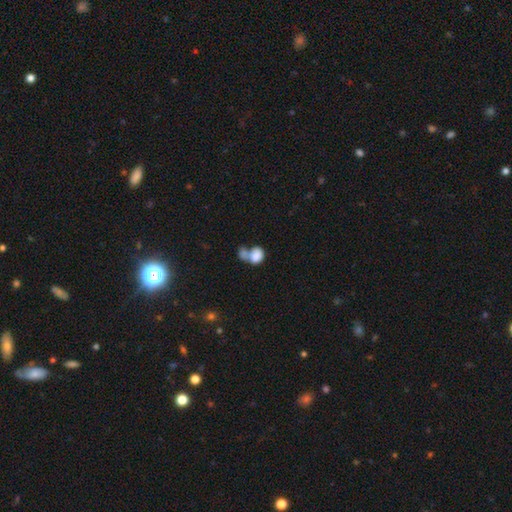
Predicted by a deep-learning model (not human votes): smooth 80%, featured or disk 11%, star or artifact 8%. Down the decision tree: how rounded — in between (56%); merging — merger (64%).